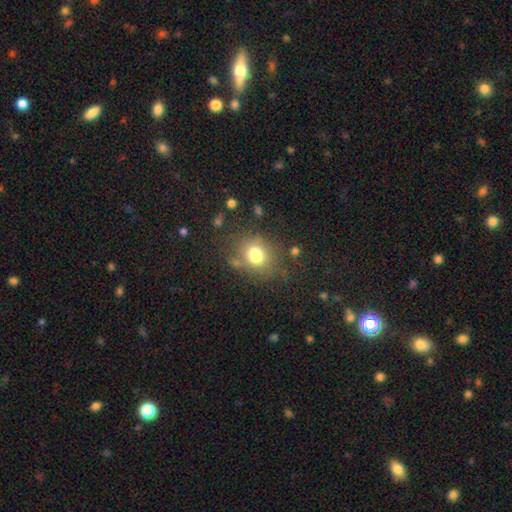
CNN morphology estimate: smooth_or_featured: smooth (p=0.76) [alt: star or artifact p=0.12]
how_rounded: round (p=0.54) [alt: in between p=0.45]
merging: none (p=0.68) [alt: minor disturbance p=0.17]